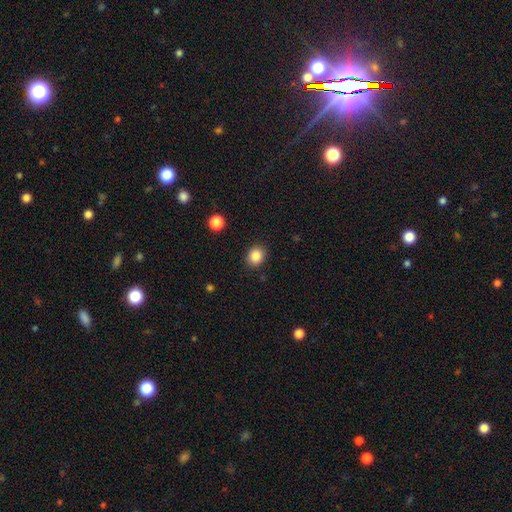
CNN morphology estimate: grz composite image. It shows a smooth galaxy with no disk features (85%) that is round (61%). Merging: none (89%).